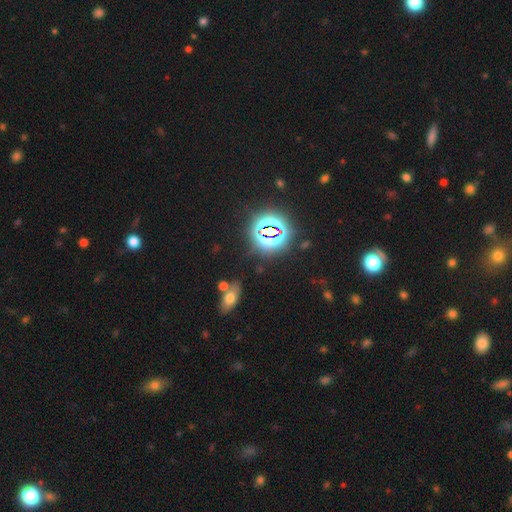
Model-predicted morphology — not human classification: type=star or artifact (79%).